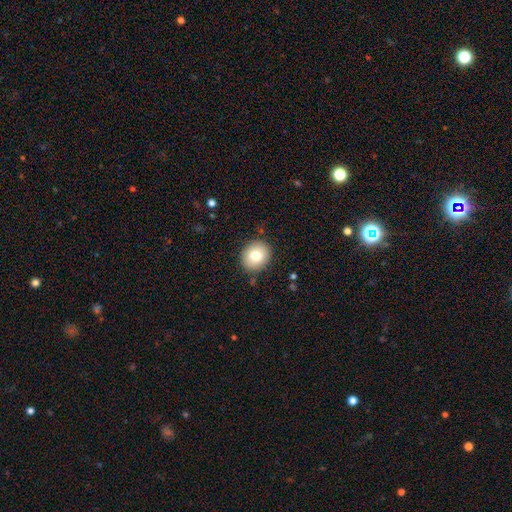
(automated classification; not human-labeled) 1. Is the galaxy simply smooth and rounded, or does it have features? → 79% smooth, 12% featured or disk, 9% star or artifact.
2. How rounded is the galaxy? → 69% round, 30% in between, 1% cigar-shaped.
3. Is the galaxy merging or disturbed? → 87% none, 9% minor disturbance, 2% major disturbance, 1% merger.